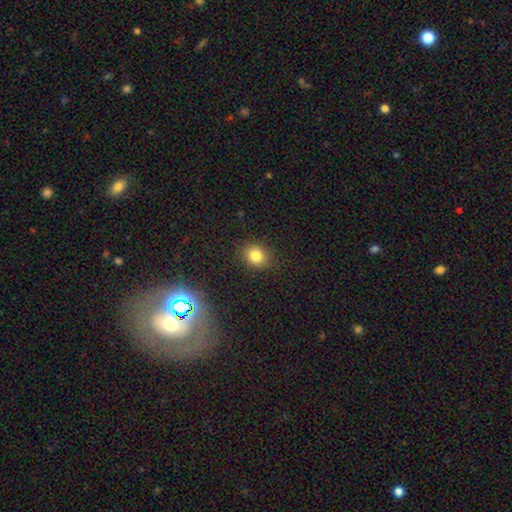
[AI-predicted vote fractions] A smooth galaxy with no disk features (81%) that is round (67%). Merging: none (87%).